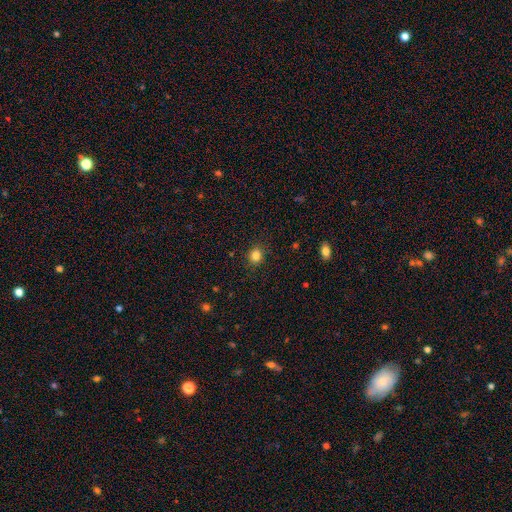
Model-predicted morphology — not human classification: A smooth galaxy with no disk features (83%) that is round (75%).

Vote fractions:
- Smooth or featured? smooth: 83% / star or artifact: 12% / featured or disk: 5%
- How rounded? round: 75% / in between: 24% / cigar-shaped: 1%
- Merging? none: 88% / minor disturbance: 9% / major disturbance: 2% / merger: 1%